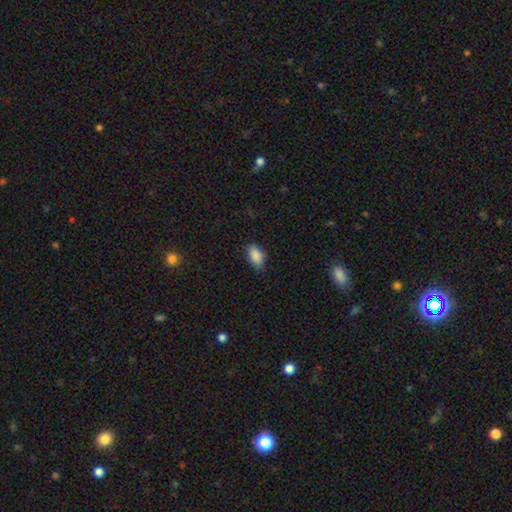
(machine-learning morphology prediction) A smooth galaxy with no disk features (88%) that is in between round and cigar-shaped (91%). Merging: none (77%).